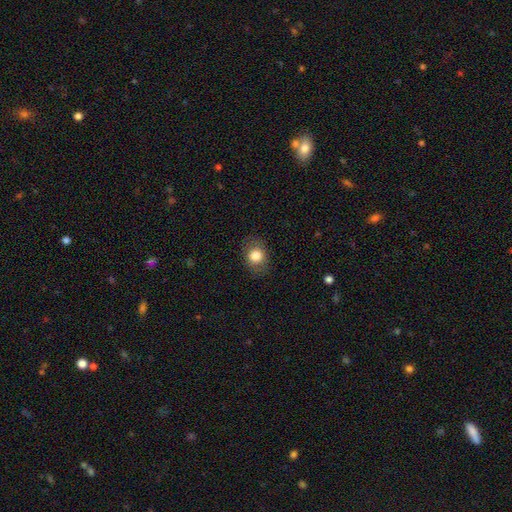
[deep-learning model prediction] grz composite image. It shows a smooth galaxy with no disk features (81%) that is round (54%). Merging: none (83%).